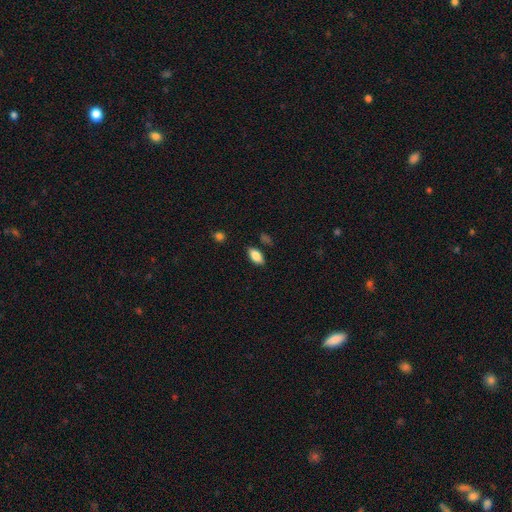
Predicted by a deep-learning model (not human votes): smooth-or-featured: smooth: 84% | featured or disk: 9% | star or artifact: 7%
  how-rounded: in between: 90% | cigar-shaped: 6% | round: 3%
  merging: none: 83% | minor disturbance: 12% | major disturbance: 3% | merger: 2%